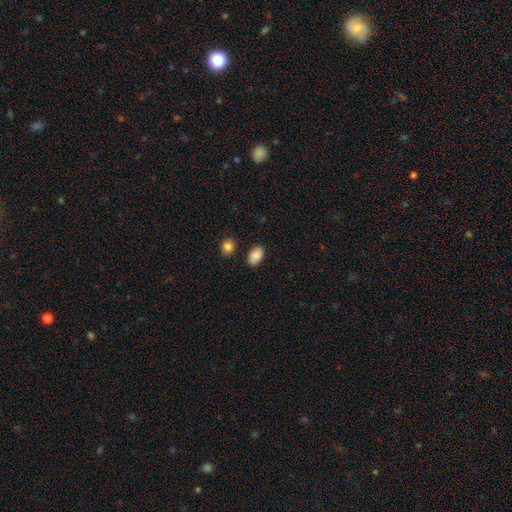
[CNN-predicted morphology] smooth 86%, star or artifact 8%, featured or disk 6%. Down the decision tree: how rounded — in between (89%); merging — none (81%).